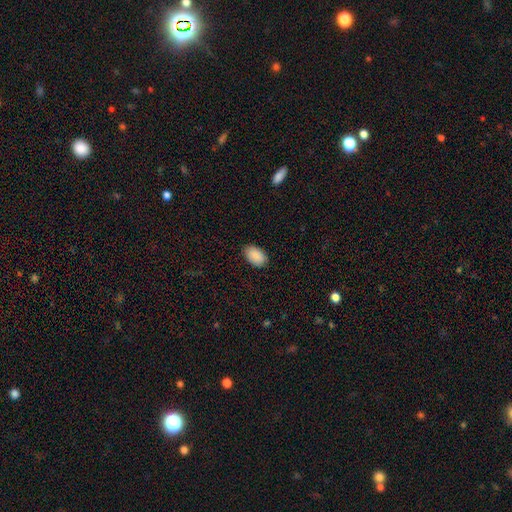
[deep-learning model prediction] Overall: smooth (90%). How rounded: in between (93%). Merging: none (87%).